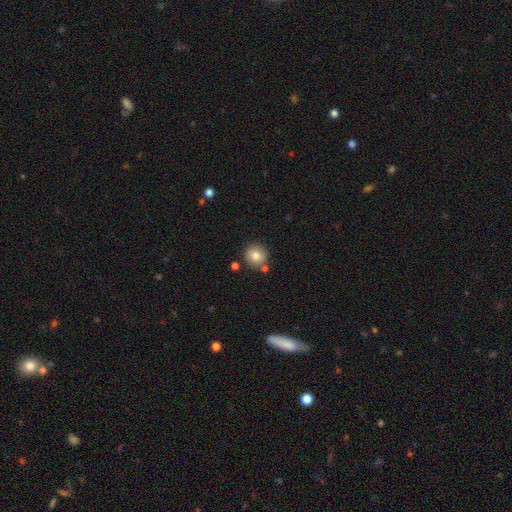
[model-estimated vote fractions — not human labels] Overall: smooth (80%). How rounded: round (92%). Merging: none (79%).